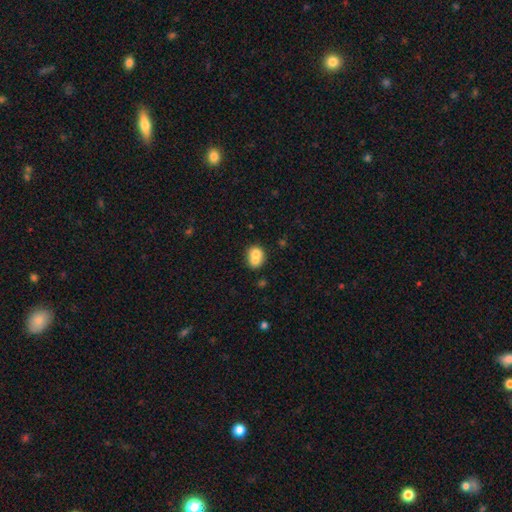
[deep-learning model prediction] Smooth or featured: smooth — 71% (featured or disk — 20%)
How rounded: round — 68% (in between — 31%)
Merging: merger — 57% (none — 32%)